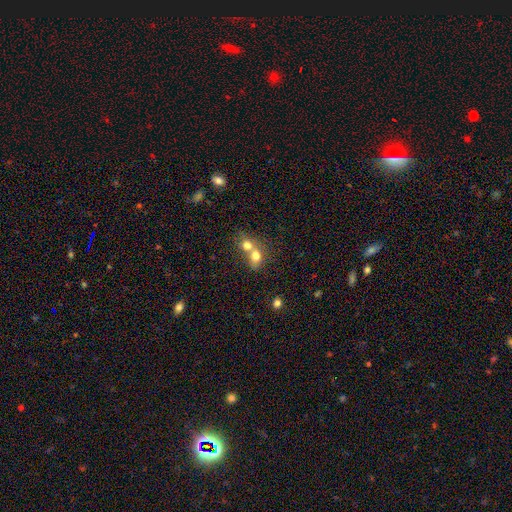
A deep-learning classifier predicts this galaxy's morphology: type=smooth (72%); roundness=round (52%); merging=merger (70%).